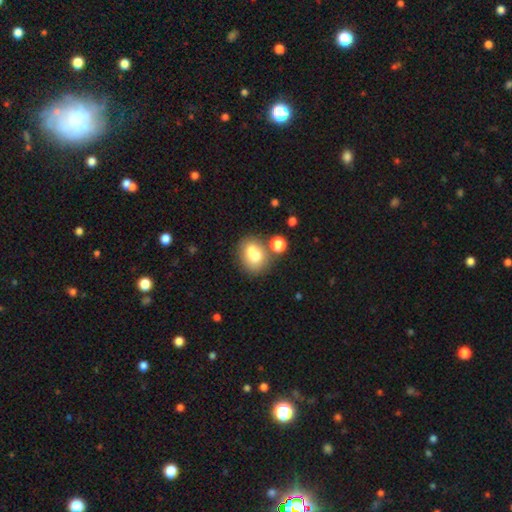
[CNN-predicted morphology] Smooth or featured? Predicted: smooth (p=0.69). How rounded? Predicted: round (p=0.60). Merging? Predicted: none (p=0.42).